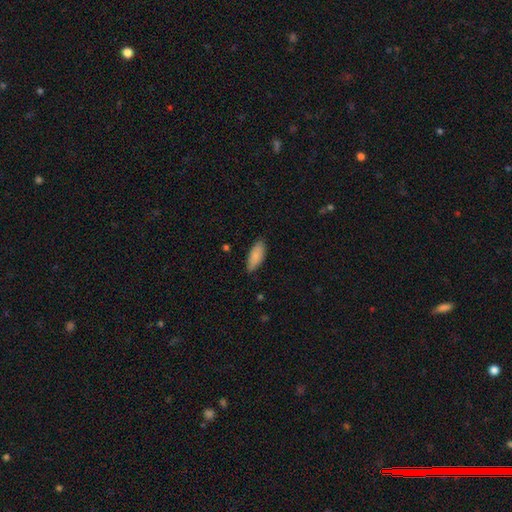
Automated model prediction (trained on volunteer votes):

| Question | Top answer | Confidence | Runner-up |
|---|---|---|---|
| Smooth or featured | smooth | 86% | featured or disk (8%) |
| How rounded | in between | 81% | cigar-shaped (17%) |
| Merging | none | 79% | minor disturbance (17%) |